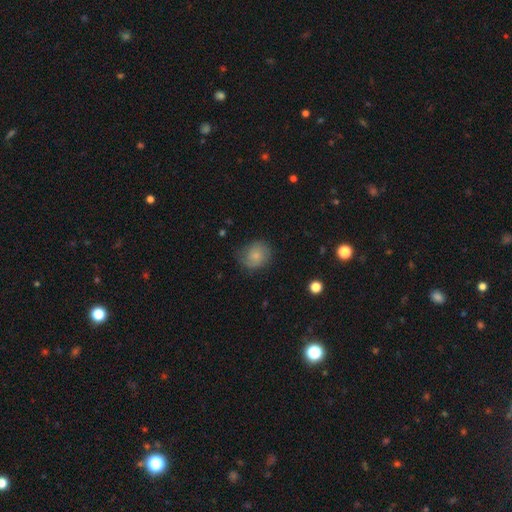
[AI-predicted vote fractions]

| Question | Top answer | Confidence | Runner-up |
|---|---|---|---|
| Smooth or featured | smooth | 70% | featured or disk (21%) |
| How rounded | round | 75% | in between (24%) |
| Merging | none | 64% | minor disturbance (26%) |